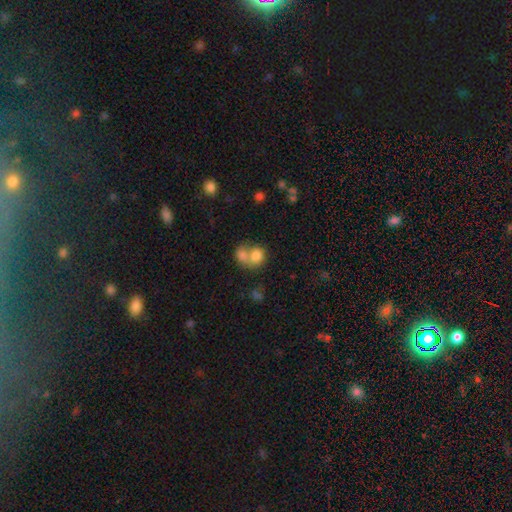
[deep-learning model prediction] smooth 76%, featured or disk 15%, star or artifact 9%. Down the decision tree: how rounded — round (63%); merging — merger (69%).